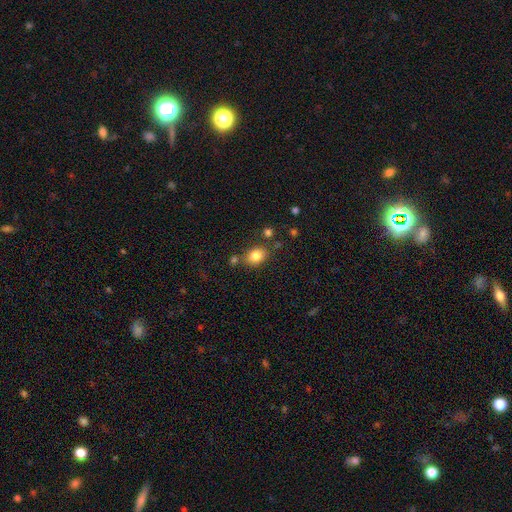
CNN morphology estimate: smooth 83%, star or artifact 10%, featured or disk 8%. Down the decision tree: how rounded — in between (64%); merging — none (74%).